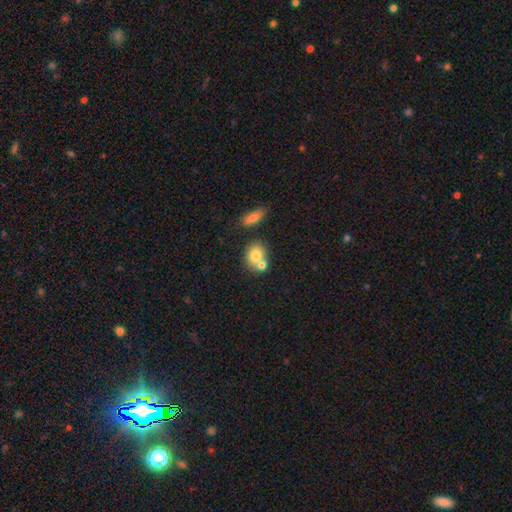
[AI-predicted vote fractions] This is likely a smooth galaxy (77%). How rounded: possibly round (56%). Merging: marginally none (44%).